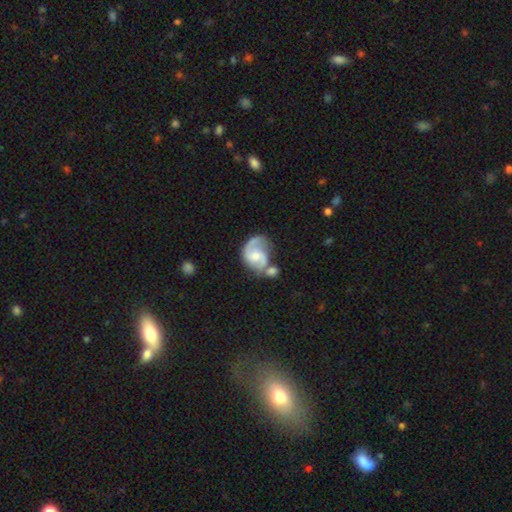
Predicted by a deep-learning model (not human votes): Overall: featured or disk (80%). Edge-on disk: no (98%). Bar: no (51%; weak 41%). Spiral arms: yes (94%). Spiral arm count: 2 (79%). Spiral winding: medium (52%; loose 26%). Bulge size: moderate (45%; small 41%). Merging: merger (34%, tied with none).